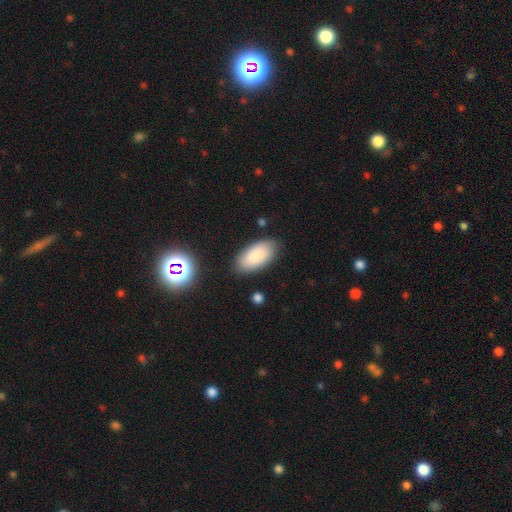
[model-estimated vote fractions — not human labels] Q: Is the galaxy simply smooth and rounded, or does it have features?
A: smooth — 85%.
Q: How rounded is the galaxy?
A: in between — 94%.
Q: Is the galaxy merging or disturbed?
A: none — 81%.